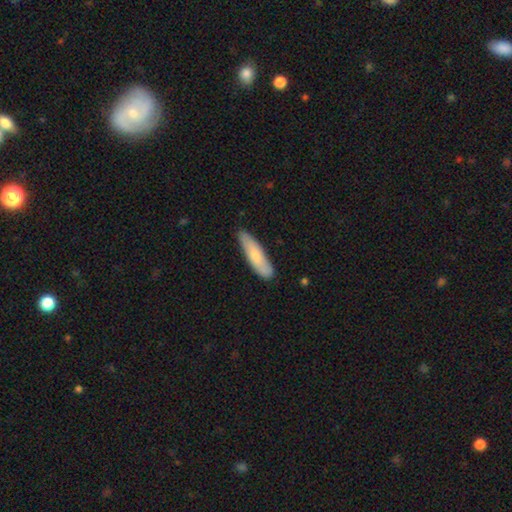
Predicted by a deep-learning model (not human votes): Smooth or featured? Predicted: smooth (p=0.72). How rounded? Predicted: cigar-shaped (p=0.71). Merging? Predicted: none (p=0.84).